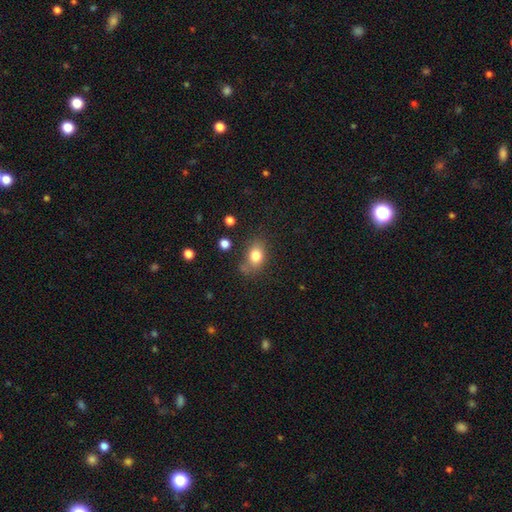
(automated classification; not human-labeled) Morphology: type=smooth (80%); roundness=in between (65%); merging=none (68%).